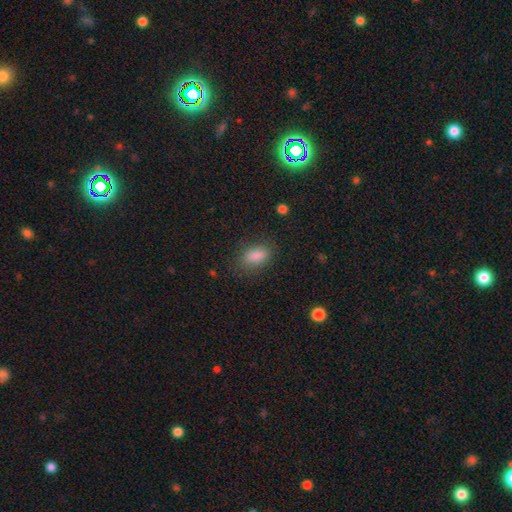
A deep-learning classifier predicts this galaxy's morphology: A smooth galaxy with no disk features (84%) that is in between round and cigar-shaped (86%). Merging: none (80%).